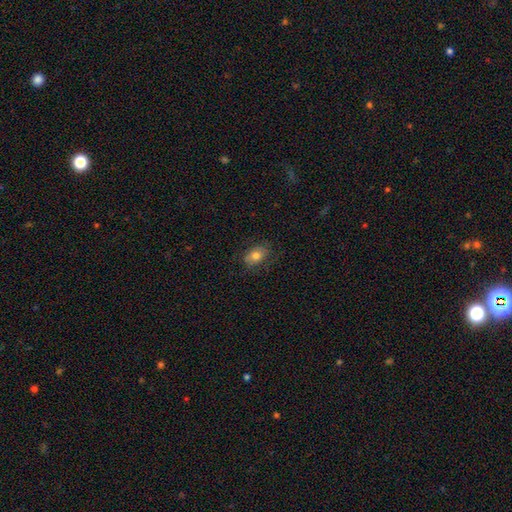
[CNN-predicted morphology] smooth 74%, featured or disk 16%, star or artifact 10%. Down the decision tree: how rounded — in between (76%); merging — none (77%).